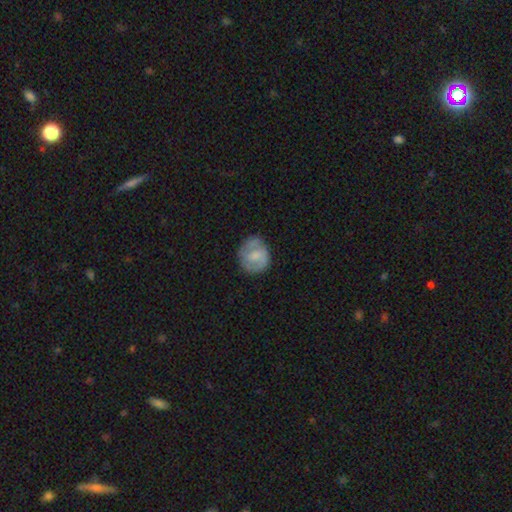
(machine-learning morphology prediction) This is possibly a featured or disk galaxy (47%, tied with smooth). Merging: likely none (72%).